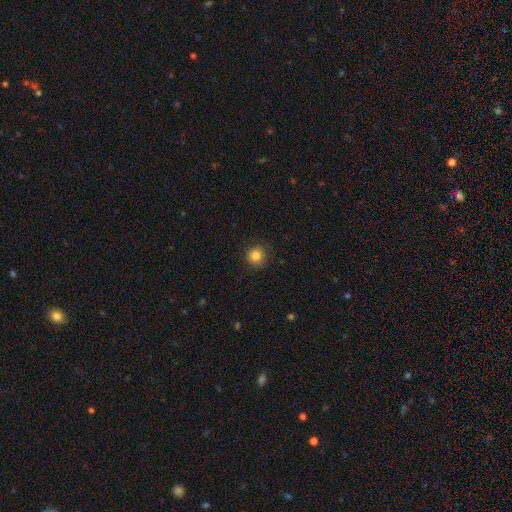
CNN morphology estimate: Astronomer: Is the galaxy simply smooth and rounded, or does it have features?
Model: smooth — 84%.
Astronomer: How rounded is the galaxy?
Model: round — 92%.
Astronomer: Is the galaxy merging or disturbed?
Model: none — 86%.